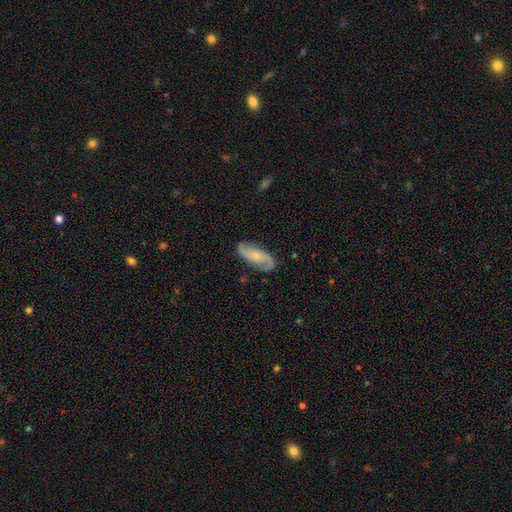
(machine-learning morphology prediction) This is likely a featured or disk galaxy (79%). It is clearly not viewed edge-on (95%). Bar: possibly no (57%). Spiral arm pattern: clearly yes (96%). Spiral arm count: clearly 2 (91%). Spiral winding: possibly medium (49%). Central bulge: possibly small (47%). Merging: clearly none (82%).